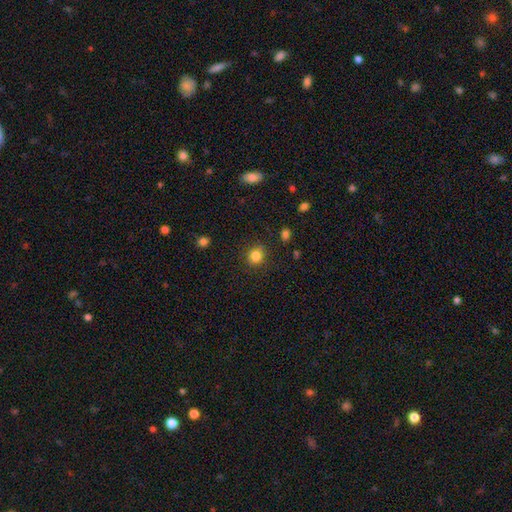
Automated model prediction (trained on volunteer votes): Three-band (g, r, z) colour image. It shows a smooth galaxy with no disk features (83%) that is round (82%). Merging: none (87%).